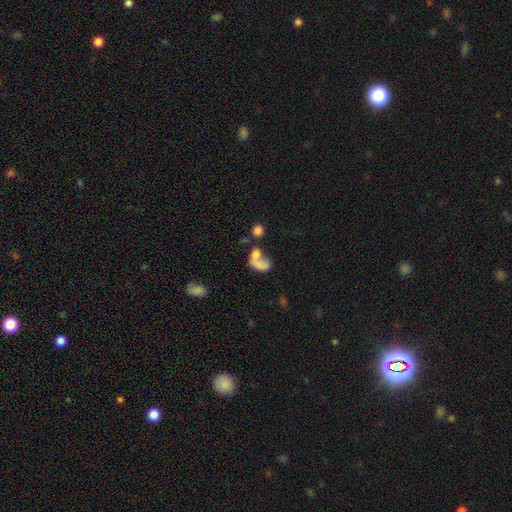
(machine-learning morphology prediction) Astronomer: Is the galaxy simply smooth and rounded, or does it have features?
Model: smooth — 63%.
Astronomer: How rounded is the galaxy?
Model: in between — 70%.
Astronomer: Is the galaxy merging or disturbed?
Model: merger — 51%.